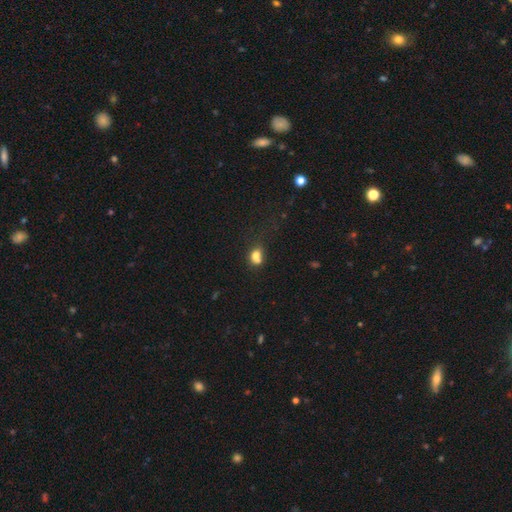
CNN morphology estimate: Overall: smooth (74%). How rounded: in between (49%, tied with round). Merging: merger (38%; none 34%).